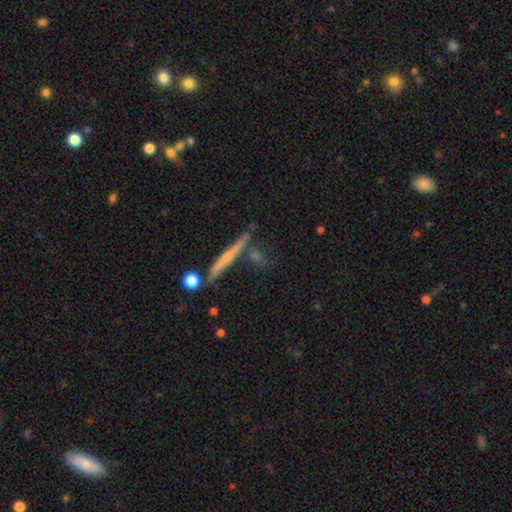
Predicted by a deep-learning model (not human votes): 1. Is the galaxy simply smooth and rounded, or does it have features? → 60% featured or disk, 30% smooth, 10% star or artifact.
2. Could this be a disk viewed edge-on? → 93% yes, 7% no.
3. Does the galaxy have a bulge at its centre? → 58% rounded, 37% none, 6% boxy.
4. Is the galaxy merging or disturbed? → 74% none, 13% minor disturbance, 10% merger, 4% major disturbance.